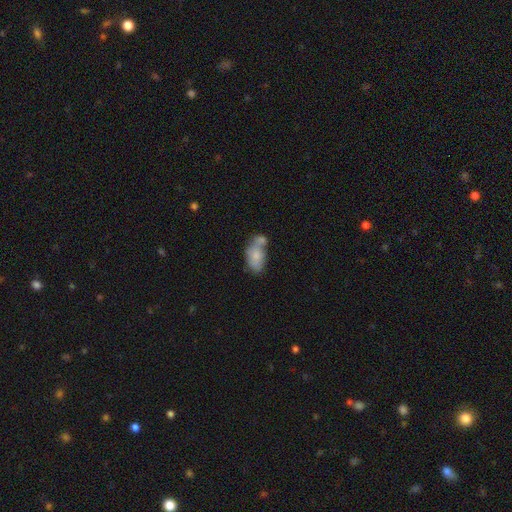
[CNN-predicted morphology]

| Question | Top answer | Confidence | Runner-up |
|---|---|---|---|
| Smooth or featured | smooth | 70% | featured or disk (22%) |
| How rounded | in between | 90% | round (6%) |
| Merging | merger | 47% | none (28%) |